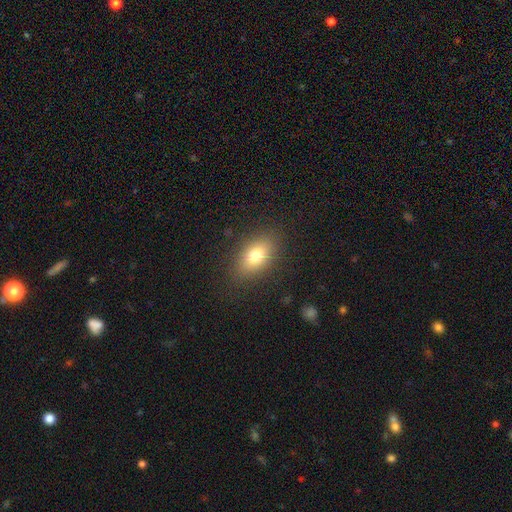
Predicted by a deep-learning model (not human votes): smooth_or_featured: smooth (p=0.77) [alt: featured or disk p=0.13]
how_rounded: in between (p=0.85) [alt: round p=0.12]
merging: none (p=0.86) [alt: minor disturbance p=0.10]